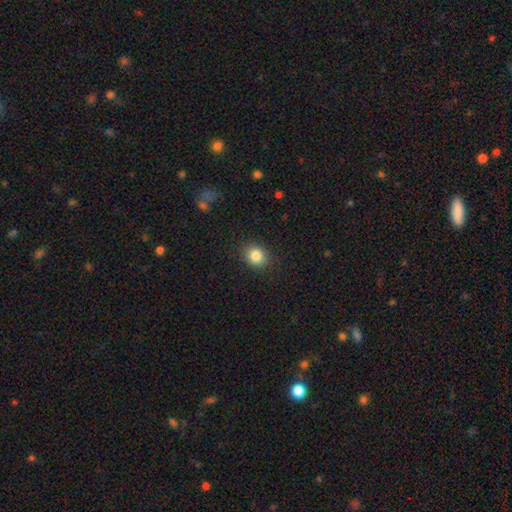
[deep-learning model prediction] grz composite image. It shows a smooth galaxy with no disk features (84%) that is round (69%). Merging: none (89%).